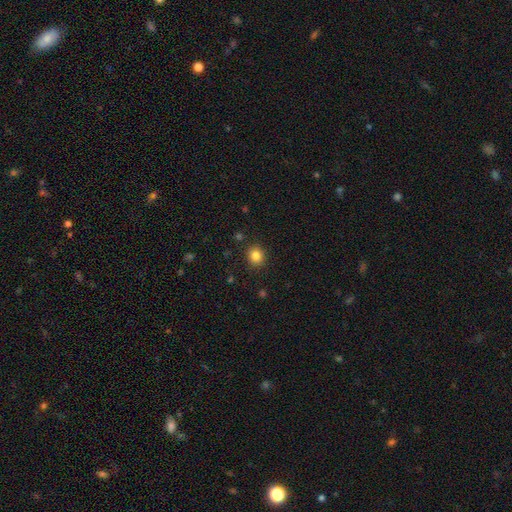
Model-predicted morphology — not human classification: A smooth galaxy with no disk features (84%) that is round (78%).

Vote fractions:
- Smooth or featured? smooth: 84% / star or artifact: 11% / featured or disk: 5%
- How rounded? round: 78% / in between: 21% / cigar-shaped: 1%
- Merging? none: 89% / minor disturbance: 7% / major disturbance: 2% / merger: 1%